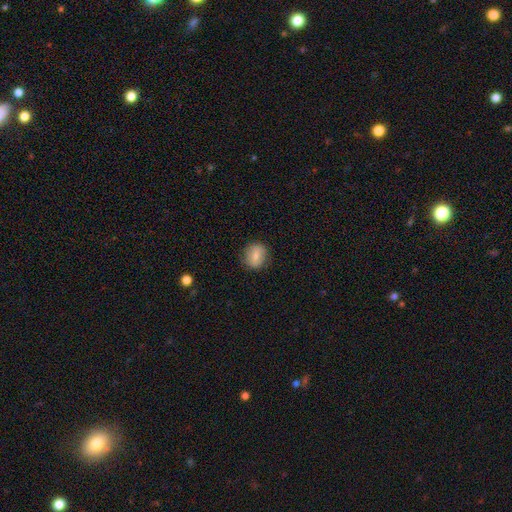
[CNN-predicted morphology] type=smooth (73%); roundness=round (72%); merging=none (84%).